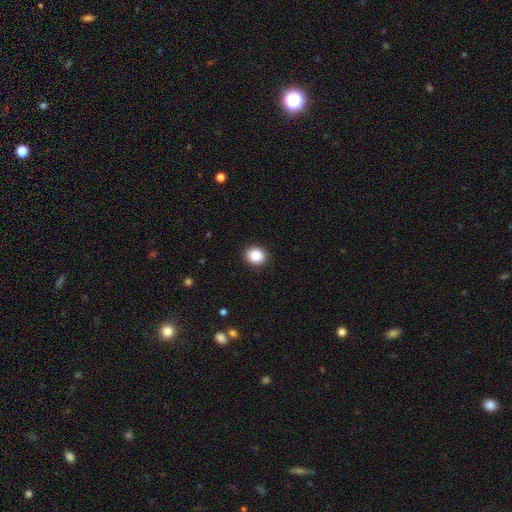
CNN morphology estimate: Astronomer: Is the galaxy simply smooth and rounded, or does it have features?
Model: smooth — 86%.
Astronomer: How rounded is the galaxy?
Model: round — 67%.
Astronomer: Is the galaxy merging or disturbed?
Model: none — 92%.